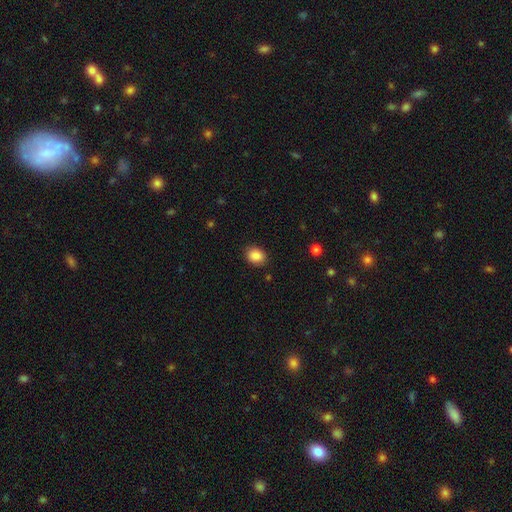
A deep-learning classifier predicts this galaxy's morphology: Smooth or featured?
  - smooth: 88% *
  - star or artifact: 8%
  - featured or disk: 3%
How rounded?
  - in between: 52% *
  - round: 47%
  - cigar-shaped: 1%
Merging?
  - none: 87% *
  - minor disturbance: 10%
  - major disturbance: 3%
  - merger: 1%